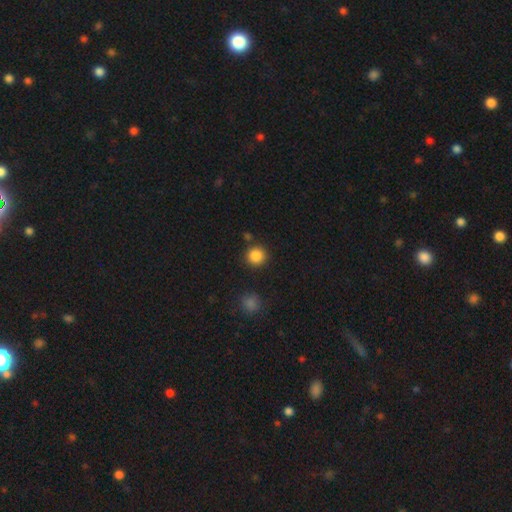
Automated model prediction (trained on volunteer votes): Smooth or featured: smooth — 86% (star or artifact — 10%)
How rounded: round — 93% (in between — 6%)
Merging: none — 87% (minor disturbance — 7%)